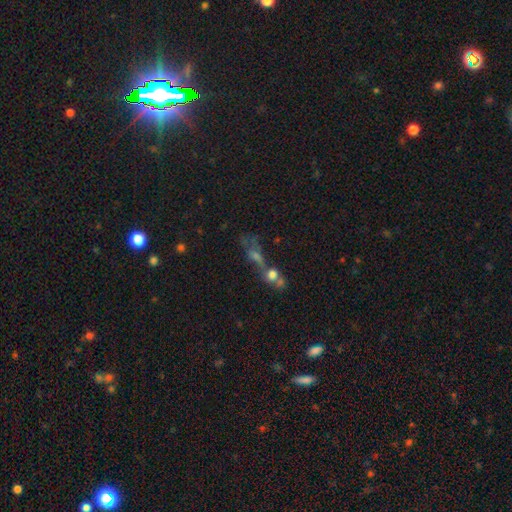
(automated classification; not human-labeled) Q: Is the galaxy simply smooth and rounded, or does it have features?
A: smooth — 39%.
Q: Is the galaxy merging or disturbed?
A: merger — 58%.